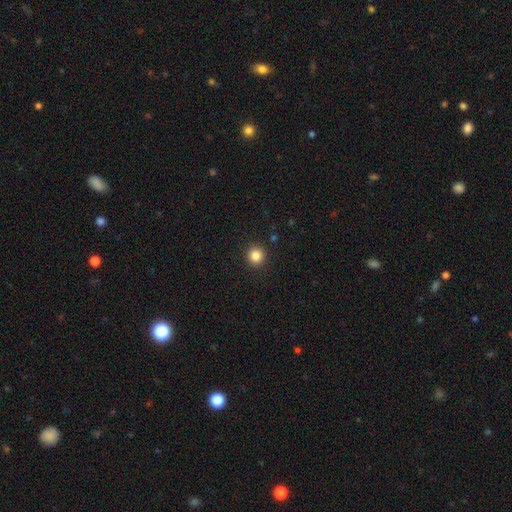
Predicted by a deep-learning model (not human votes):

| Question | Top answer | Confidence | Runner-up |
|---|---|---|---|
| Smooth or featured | smooth | 85% | star or artifact (11%) |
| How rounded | round | 94% | in between (5%) |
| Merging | none | 93% | minor disturbance (5%) |